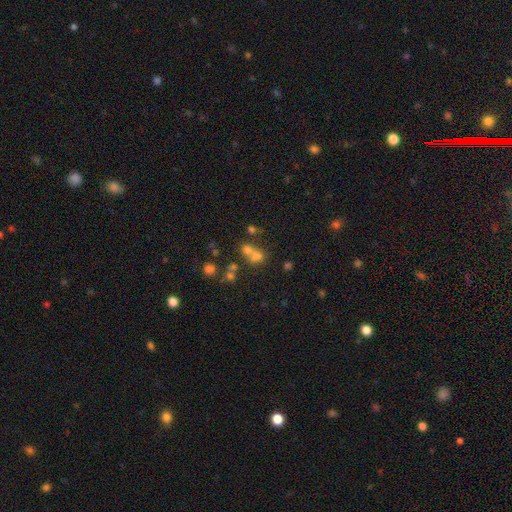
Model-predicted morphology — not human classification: smooth 60%, star or artifact 21%, featured or disk 19%. Down the decision tree: how rounded — round (56%); merging — merger (53%).